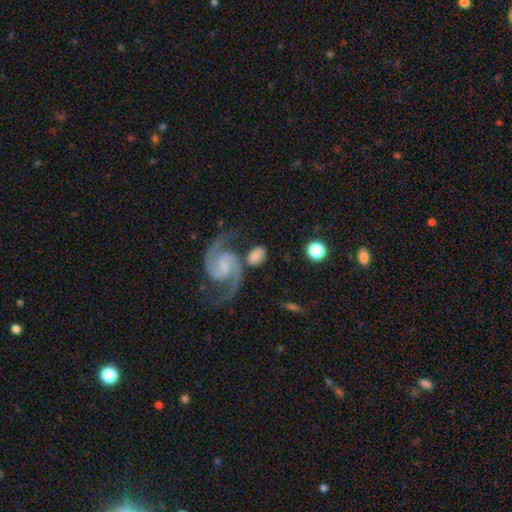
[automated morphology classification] Smooth or featured: featured or disk — 55% (smooth — 37%)
Edge-on disk: no — 96% (yes — 4%)
Bar: weak — 42% (no — 40%)
Spiral arms: yes — 92% (no — 8%)
Bulge size: small — 37% (none — 31%)
Merging: none — 58% (merger — 18%)